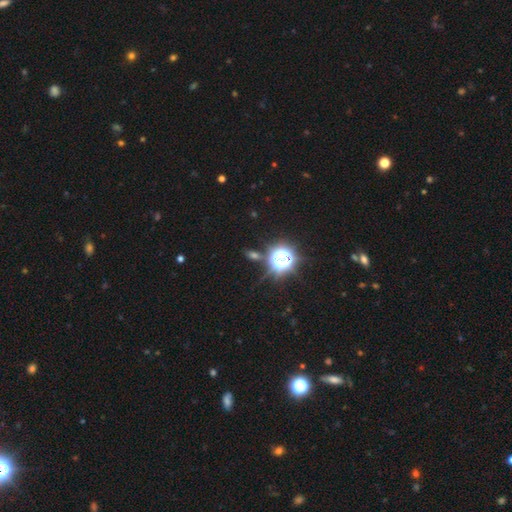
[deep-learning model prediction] A star or artifact, not a galaxy (73%).